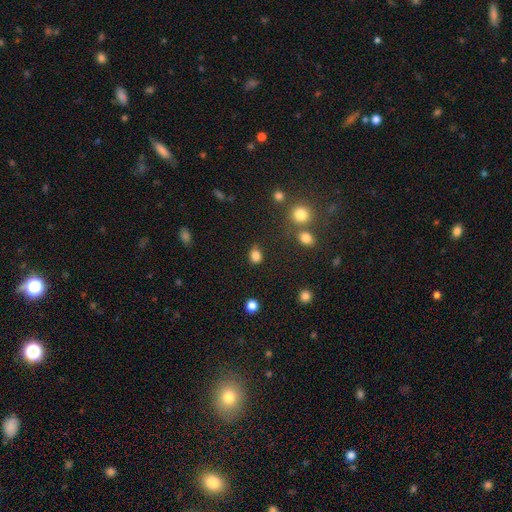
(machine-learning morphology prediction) This appears to be a smooth galaxy with no disk features (83%) that is in between round and cigar-shaped (53%). Merging: none (72%).